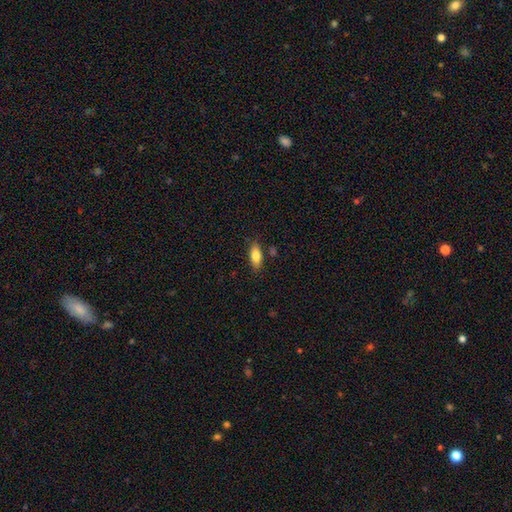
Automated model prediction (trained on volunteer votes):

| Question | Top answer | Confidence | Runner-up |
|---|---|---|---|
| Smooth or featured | smooth | 81% | featured or disk (12%) |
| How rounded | in between | 81% | cigar-shaped (17%) |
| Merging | none | 81% | minor disturbance (12%) |